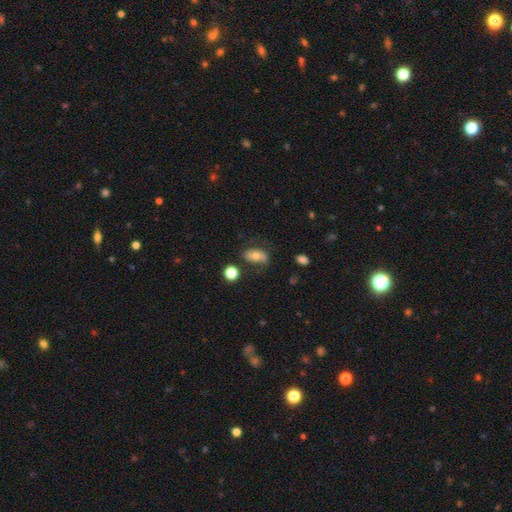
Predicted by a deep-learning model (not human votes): Smooth or featured? smooth (61%)
How rounded? in between (87%)
Merging? none (60%)